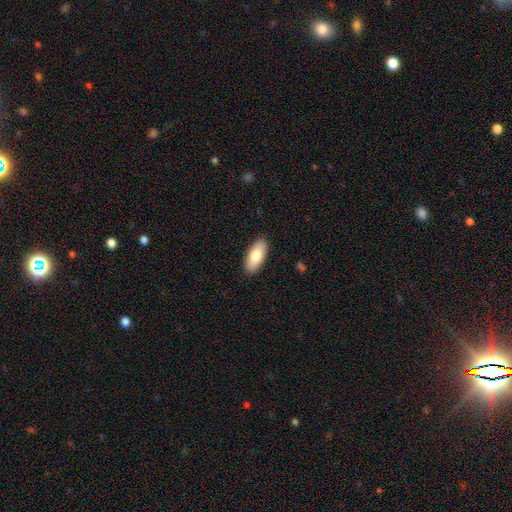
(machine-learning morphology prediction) smooth-or-featured: smooth: 78% | featured or disk: 16% | star or artifact: 6%
  how-rounded: in between: 86% | cigar-shaped: 12% | round: 2%
  merging: none: 89% | minor disturbance: 8% | major disturbance: 2% | merger: 1%